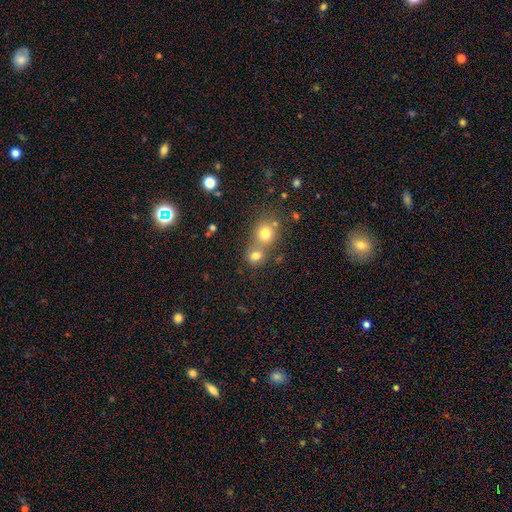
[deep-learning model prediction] Smooth or featured? smooth (76%)
How rounded? round (79%)
Merging? merger (46%)